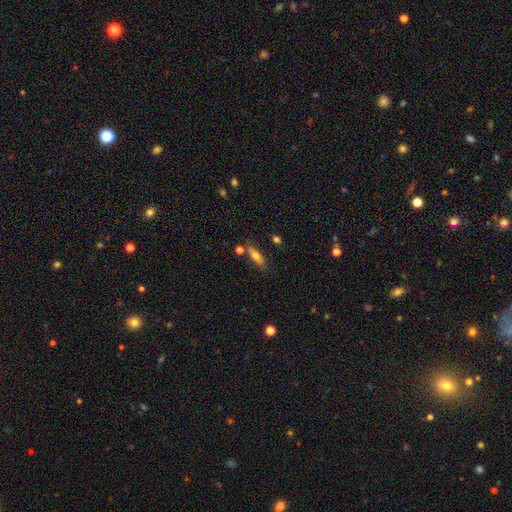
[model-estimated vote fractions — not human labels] Smooth or featured? Predicted: smooth (p=0.66). How rounded? Predicted: in between (p=0.53). Merging? Predicted: none (p=0.72).